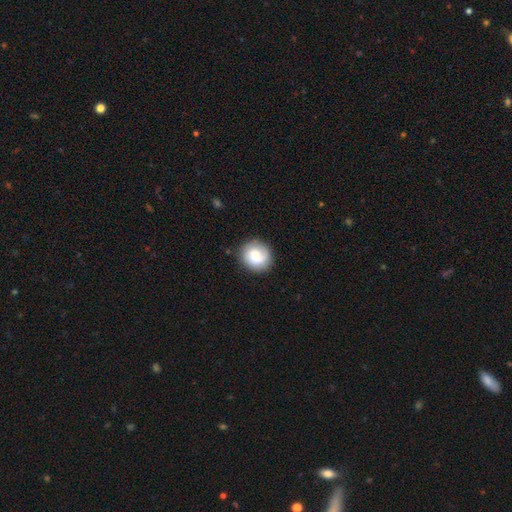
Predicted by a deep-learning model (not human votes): This appears to be a smooth galaxy with no disk features (59%) that is round (86%). Merging: none (84%).